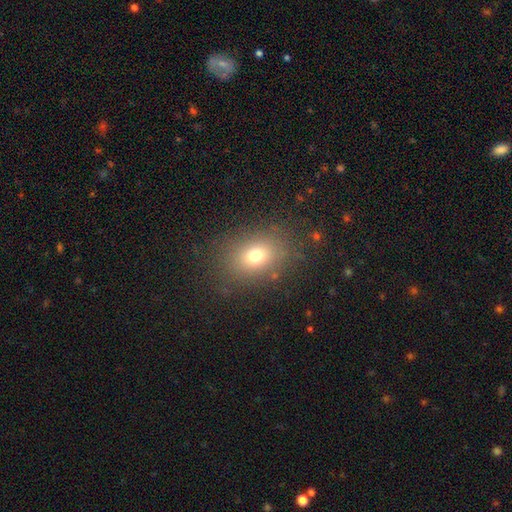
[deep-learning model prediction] A smooth galaxy with no disk features (73%) that is in between round and cigar-shaped (64%).

Vote fractions:
- Smooth or featured? smooth: 73% / star or artifact: 15% / featured or disk: 12%
- How rounded? in between: 64% / round: 35% / cigar-shaped: 1%
- Merging? none: 82% / minor disturbance: 11% / major disturbance: 5% / merger: 2%